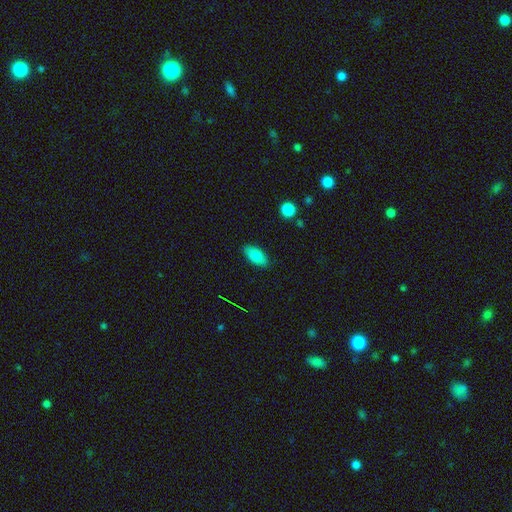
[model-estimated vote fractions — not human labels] The model was most divided on "smooth or featured": smooth: 80%, featured or disk: 12%, star or artifact: 8%. More confident: how rounded — in between (91%); merging — none (87%).